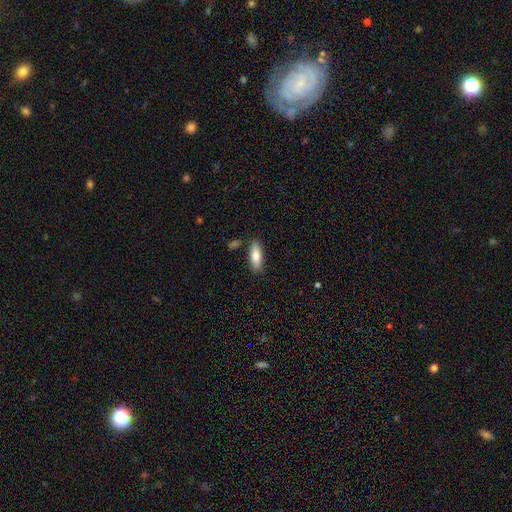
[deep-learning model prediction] Q: Smooth or featured?
A: smooth (80%); runner-up: featured or disk (14%)
Q: How rounded?
A: in between (62%); runner-up: cigar-shaped (36%)
Q: Merging?
A: none (83%); runner-up: minor disturbance (11%)